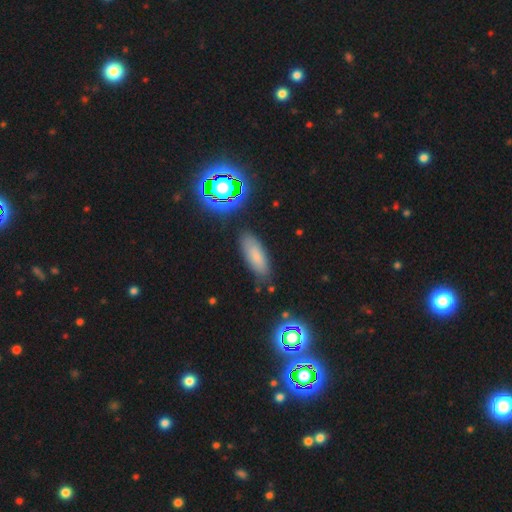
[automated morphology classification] smooth 74%, star or artifact 14%, featured or disk 12%. Down the decision tree: how rounded — in between (70%); merging — none (82%).